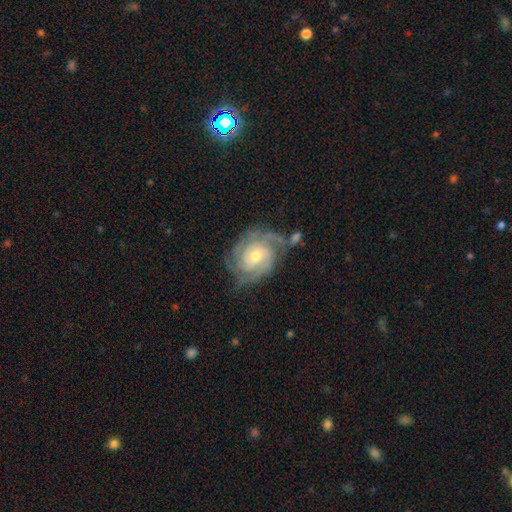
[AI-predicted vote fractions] A featured or disk galaxy (89%) with no bar (62%), 3 (39%) tight (67%) spiral arms (98%) and a moderate central bulge (55%).

Vote fractions:
- Smooth or featured? featured or disk: 89% / smooth: 6% / star or artifact: 5%
- Edge-on disk? no: 97% / yes: 3%
- Bar? no: 62% / weak: 31% / strong: 7%
- Spiral arms? yes: 98% / no: 2%
- Spiral winding? tight: 67% / medium: 28% / loose: 5%
- Spiral arm count? 3: 39% / 4: 18% / 2: 17% / can't tell: 16% / more than 4: 5% / 1: 5%
- Bulge size? moderate: 55% / small: 41% / large: 2% / none: 1% / dominant: 1%
- Merging? none: 67% / minor disturbance: 20% / major disturbance: 9% / merger: 4%